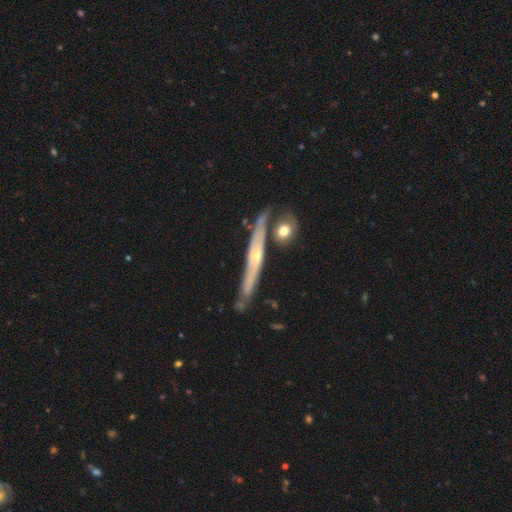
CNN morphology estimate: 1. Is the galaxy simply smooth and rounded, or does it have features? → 72% featured or disk, 21% smooth, 7% star or artifact.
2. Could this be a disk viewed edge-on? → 88% yes, 12% no.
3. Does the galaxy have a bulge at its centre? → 59% rounded, 37% none, 4% boxy.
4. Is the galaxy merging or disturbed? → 74% none, 15% minor disturbance, 8% merger, 3% major disturbance.